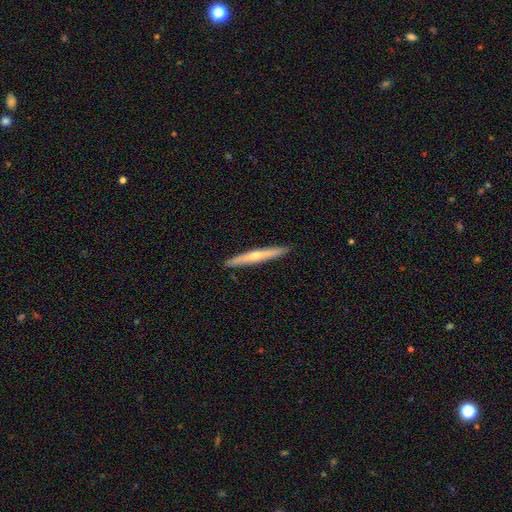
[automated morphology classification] Q: Smooth or featured?
A: featured or disk (56%); runner-up: smooth (39%)
Q: Edge-on disk?
A: yes (95%); runner-up: no (5%)
Q: Edge-on bulge?
A: rounded (74%); runner-up: none (24%)
Q: Merging?
A: none (92%); runner-up: minor disturbance (6%)